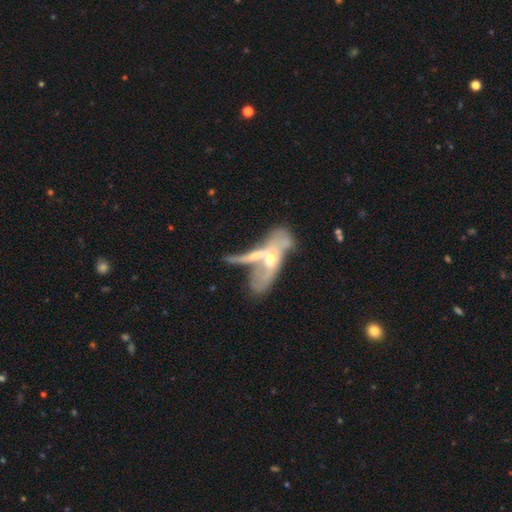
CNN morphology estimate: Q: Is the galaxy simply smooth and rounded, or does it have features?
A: featured or disk — 63%.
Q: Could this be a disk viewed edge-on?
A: no — 71%.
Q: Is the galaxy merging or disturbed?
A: merger — 62%.